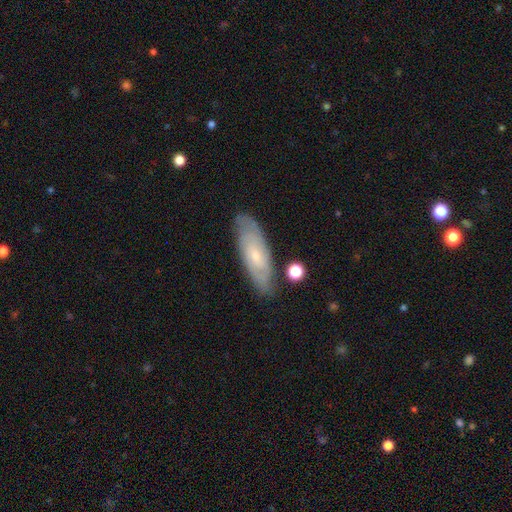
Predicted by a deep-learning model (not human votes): smooth-or-featured: featured or disk: 62% | smooth: 31% | star or artifact: 7%
  disk-edge-on: no: 82% | yes: 18%
    bar: no: 67% | weak: 27% | strong: 5%
    has-spiral-arms: yes: 84% | no: 16%
    bulge-size: small: 71% | moderate: 24% | none: 3% | large: 1% | dominant: 1%
  merging: none: 79% | minor disturbance: 15% | major disturbance: 3% | merger: 3%